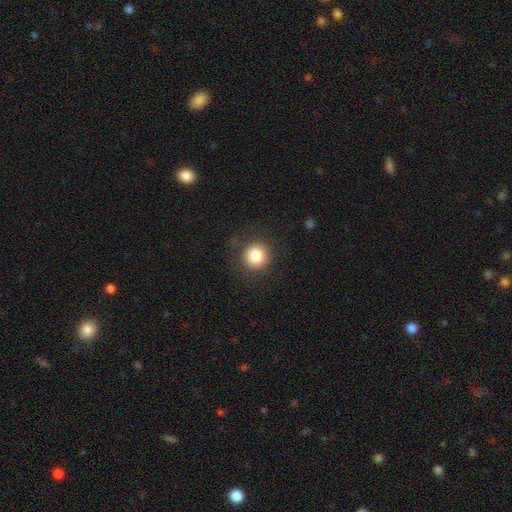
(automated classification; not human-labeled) Smooth or featured: smooth — 83% (star or artifact — 10%)
How rounded: round — 94% (in between — 5%)
Merging: none — 87% (minor disturbance — 8%)